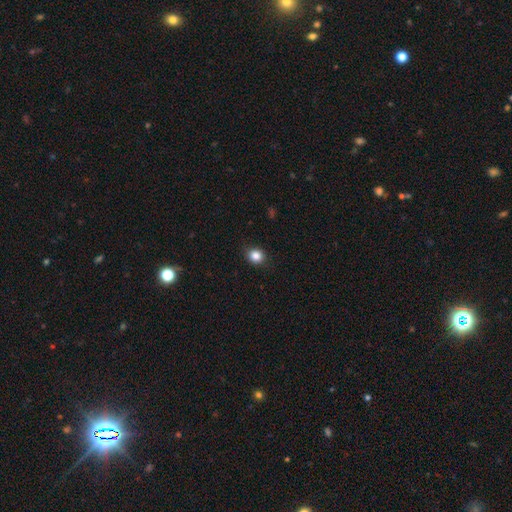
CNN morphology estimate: A smooth galaxy with no disk features (85%) that is round (73%). Merging: none (86%).